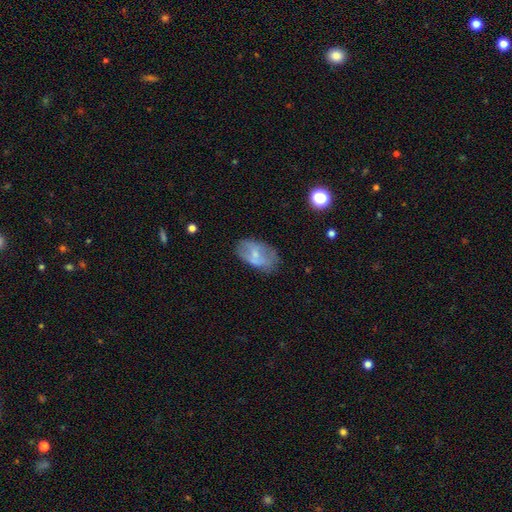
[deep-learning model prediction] Morphology: type=smooth (52%); roundness=in between (92%); merging=none (58%).